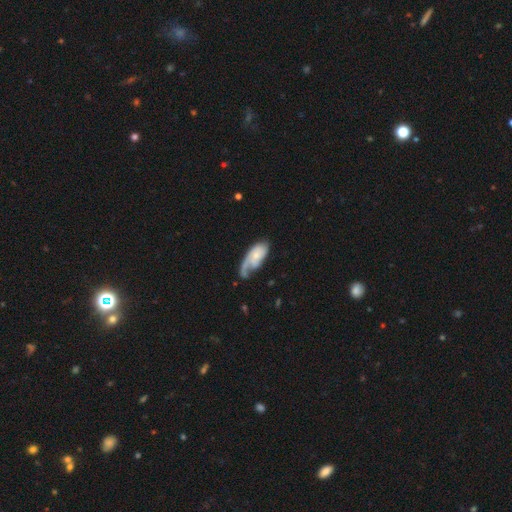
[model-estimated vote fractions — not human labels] Smooth or featured? featured or disk (57%)
Edge-on disk? no (92%)
Bar? no (74%)
Spiral arms? yes (82%)
Bulge size? small (64%)
Merging? none (37%)